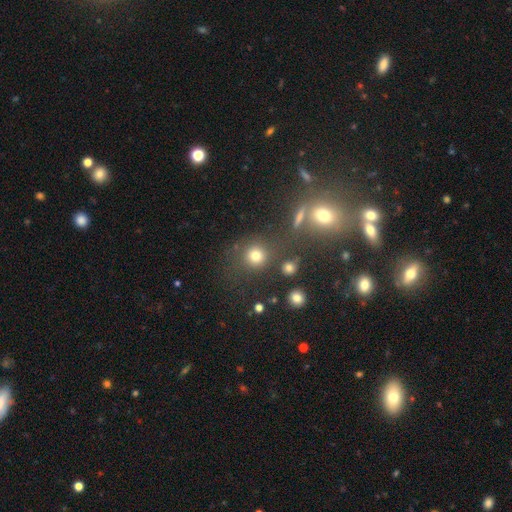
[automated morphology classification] Q: Smooth or featured?
A: smooth (74%); runner-up: star or artifact (18%)
Q: How rounded?
A: round (90%); runner-up: in between (9%)
Q: Merging?
A: none (74%); runner-up: merger (10%)